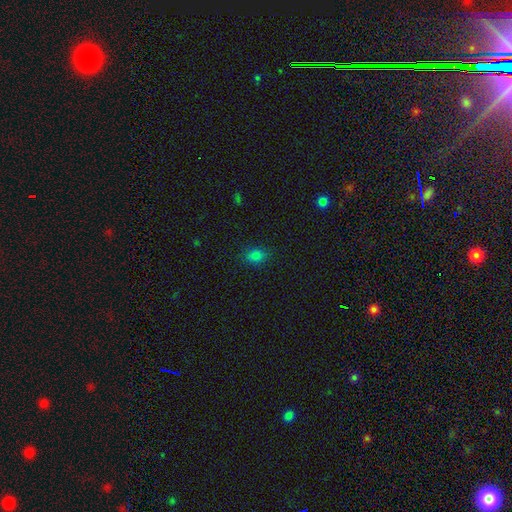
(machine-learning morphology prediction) Smooth or featured: smooth — 79% (star or artifact — 14%)
How rounded: in between — 60% (round — 38%)
Merging: none — 86% (minor disturbance — 11%)